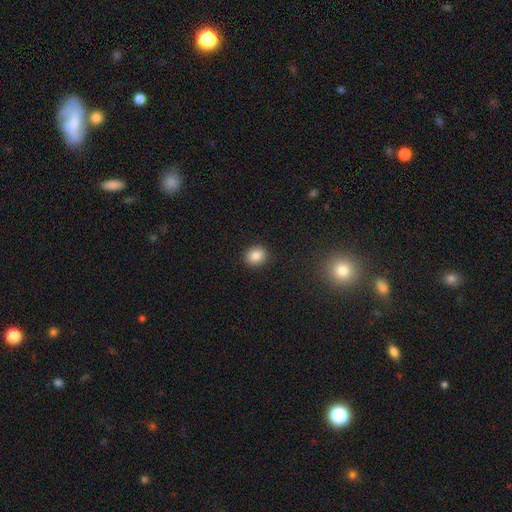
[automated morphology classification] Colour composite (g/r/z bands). It shows a smooth galaxy with no disk features (85%) that is round (66%). Merging: none (90%).